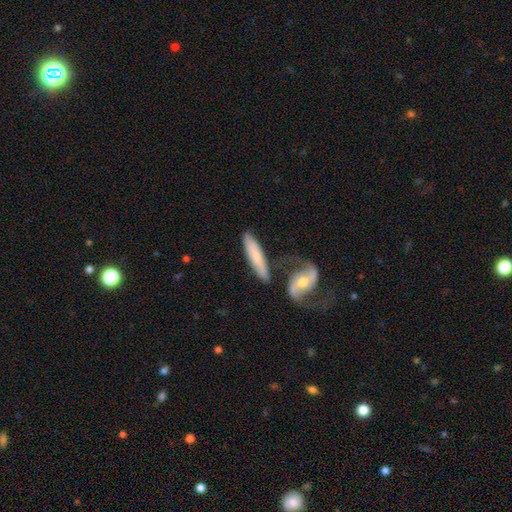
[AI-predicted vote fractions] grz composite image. It shows a smooth galaxy with no disk features (60%) that is cigar-shaped (78%). Merging: none (60%).